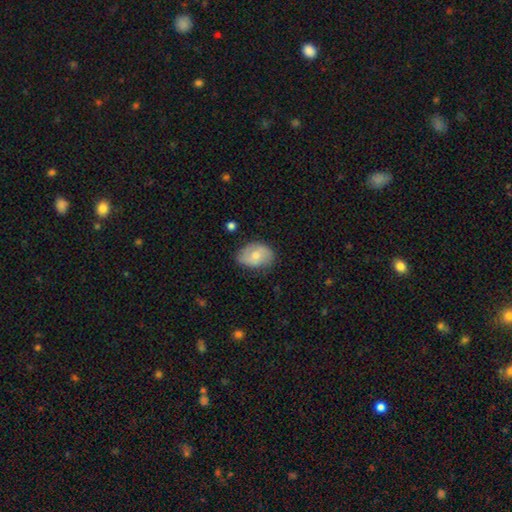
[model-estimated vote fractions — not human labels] Smooth or featured?
  - smooth: 55% *
  - featured or disk: 39%
  - star or artifact: 7%
How rounded?
  - in between: 75% *
  - round: 24%
  - cigar-shaped: 1%
Merging?
  - none: 70% *
  - minor disturbance: 23%
  - major disturbance: 5%
  - merger: 2%